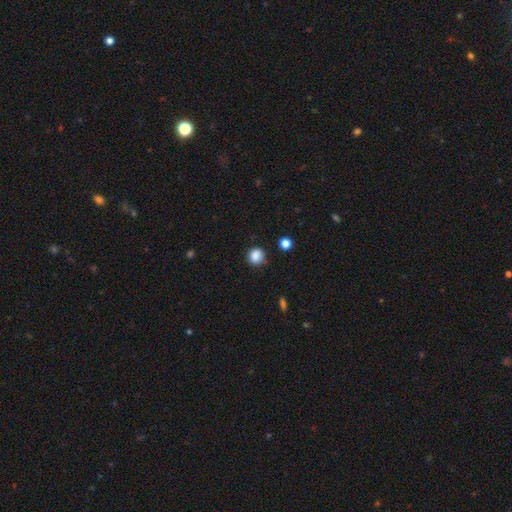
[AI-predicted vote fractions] smooth 86%, star or artifact 10%, featured or disk 3%. Down the decision tree: how rounded — round (86%); merging — none (82%).